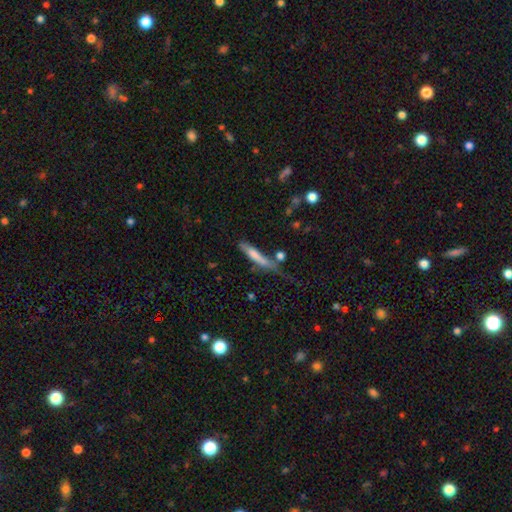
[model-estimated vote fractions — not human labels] Q: Smooth or featured?
A: smooth (63%); runner-up: featured or disk (30%)
Q: How rounded?
A: cigar-shaped (87%); runner-up: in between (11%)
Q: Merging?
A: none (43%); runner-up: minor disturbance (25%)